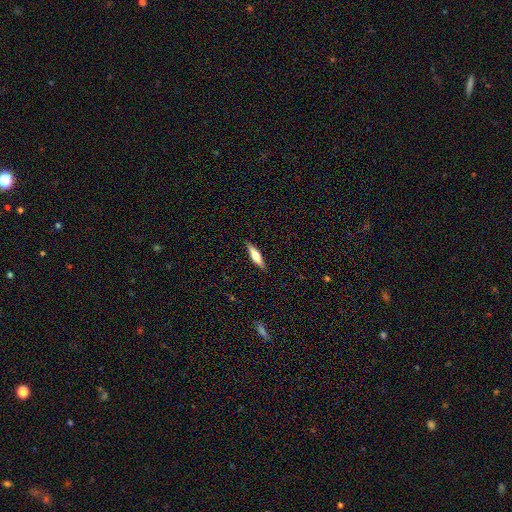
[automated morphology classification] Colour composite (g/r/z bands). It shows a smooth galaxy with no disk features (49%). Merging: none (89%).